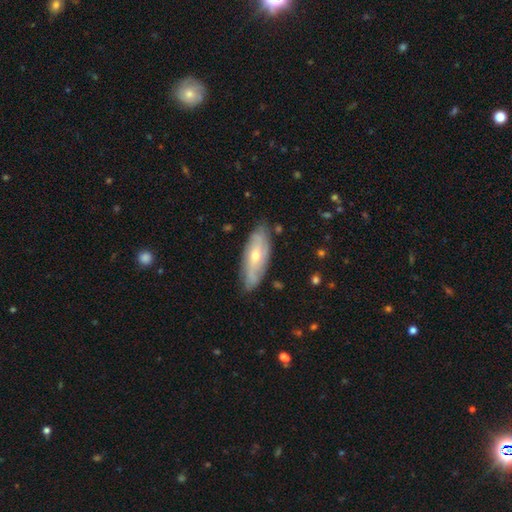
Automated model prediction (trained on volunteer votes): smooth_or_featured: featured or disk (p=0.59) [alt: smooth p=0.34]
disk_edge_on: no (p=0.74) [alt: yes p=0.26]
merging: none (p=0.81) [alt: minor disturbance p=0.15]